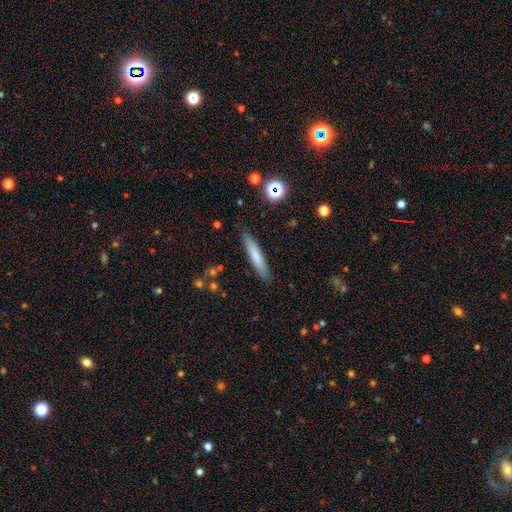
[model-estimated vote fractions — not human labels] This is likely a smooth galaxy (72%). How rounded: clearly cigar-shaped (90%). Merging: clearly none (87%).